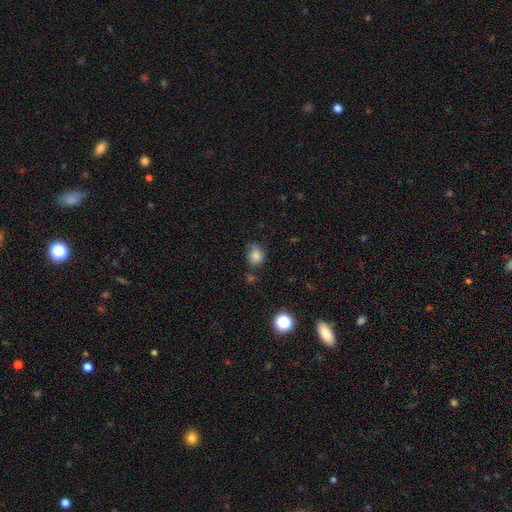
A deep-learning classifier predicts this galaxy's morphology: This appears to be a smooth galaxy with no disk features (82%) that is round (66%). Merging: none (61%).